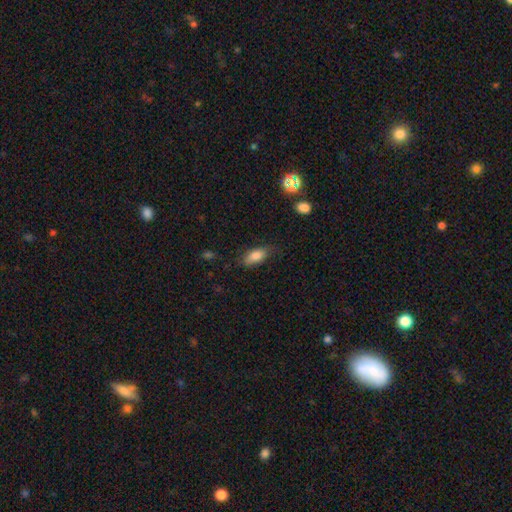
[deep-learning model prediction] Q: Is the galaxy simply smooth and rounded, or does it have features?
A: smooth — 82%.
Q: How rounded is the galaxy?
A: in between — 84%.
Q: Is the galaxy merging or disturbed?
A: none — 73%.